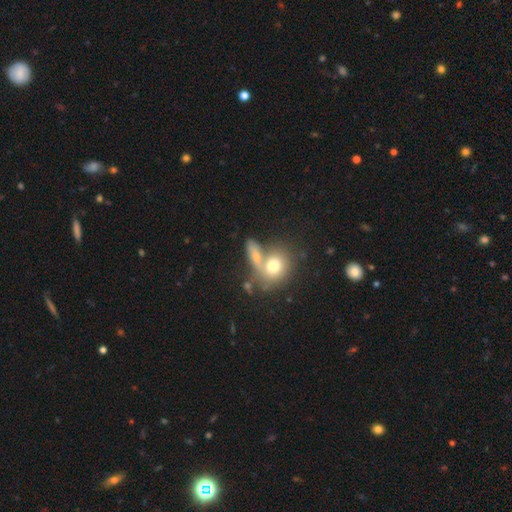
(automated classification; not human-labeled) A smooth galaxy with no disk features (66%) that is in between round and cigar-shaped (49%).

Vote fractions:
- Smooth or featured? smooth: 66% / featured or disk: 24% / star or artifact: 11%
- How rounded? in between: 49% / round: 40% / cigar-shaped: 11%
- Merging? merger: 50% / none: 33% / minor disturbance: 10% / major disturbance: 7%